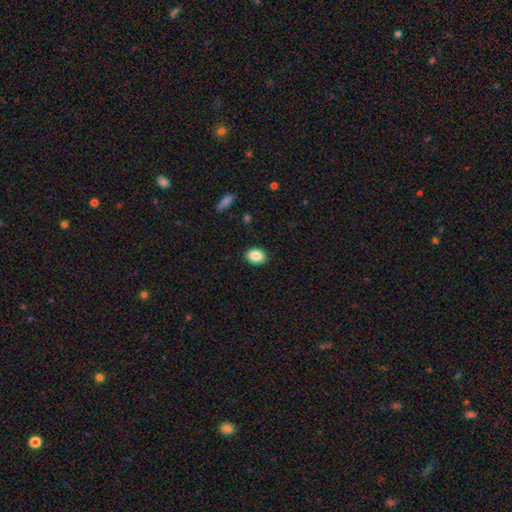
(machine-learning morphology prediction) Overall: smooth (88%). How rounded: in between (73%). Merging: none (90%).